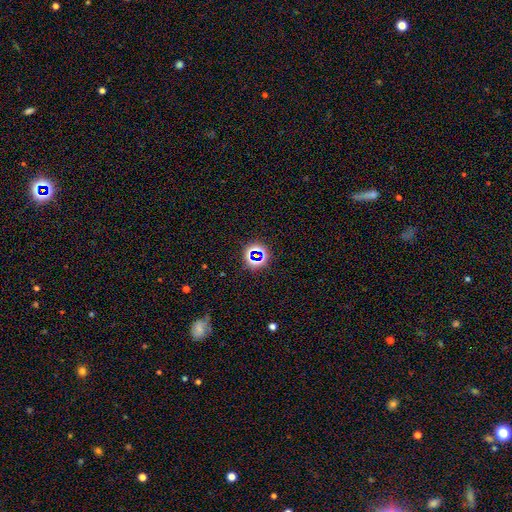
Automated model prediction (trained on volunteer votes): A star or artifact, not a galaxy (70%).

Vote fractions:
- Smooth or featured? star or artifact: 70% / smooth: 21% / featured or disk: 9%